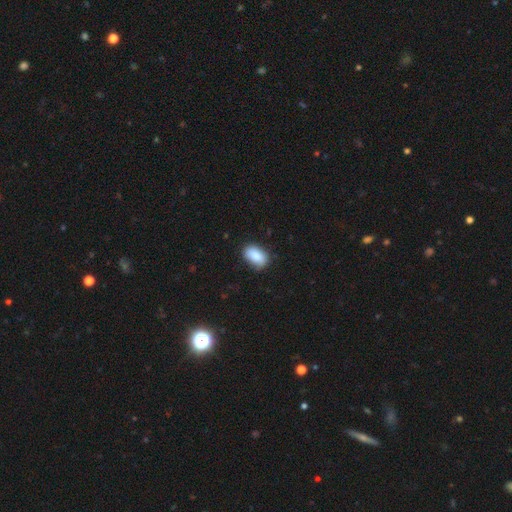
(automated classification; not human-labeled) Smooth or featured? smooth (87%)
How rounded? in between (90%)
Merging? none (80%)